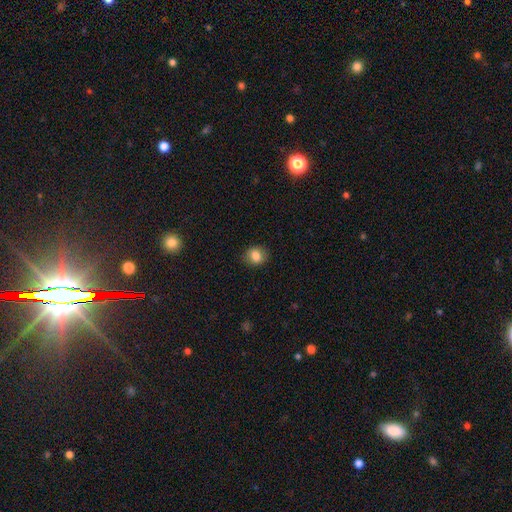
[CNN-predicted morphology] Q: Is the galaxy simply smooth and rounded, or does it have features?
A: smooth — 83%.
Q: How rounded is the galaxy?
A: round — 60%.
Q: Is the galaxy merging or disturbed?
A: none — 85%.